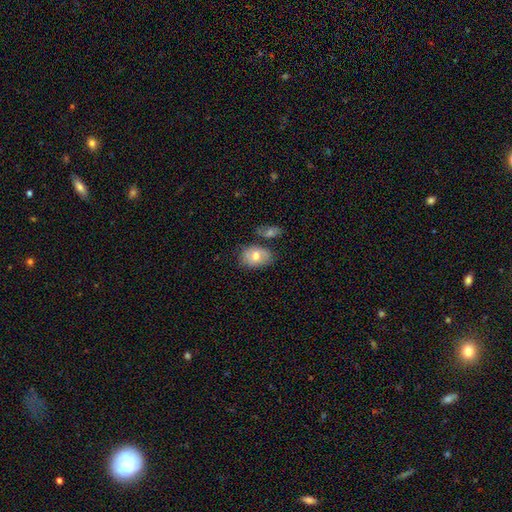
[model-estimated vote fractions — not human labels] This appears to be a smooth galaxy with no disk features (66%) that is in between round and cigar-shaped (78%). Merging: none (62%).